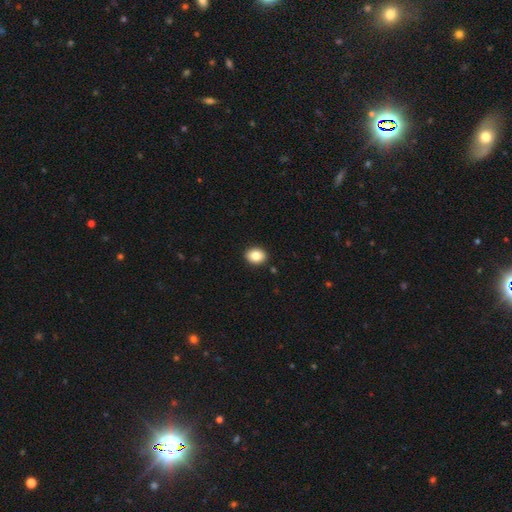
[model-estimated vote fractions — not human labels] Overall: smooth (83%). How rounded: in between (53%; round 46%). Merging: none (91%).